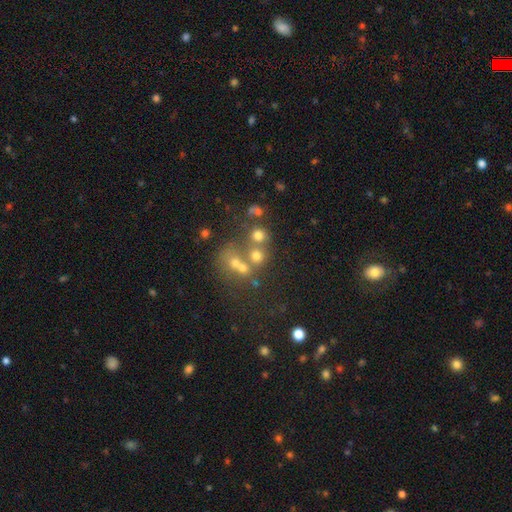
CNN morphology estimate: smooth-or-featured: smooth: 48% | star or artifact: 28% | featured or disk: 24%
  merging: merger: 43% | none: 41% | minor disturbance: 9% | major disturbance: 7%